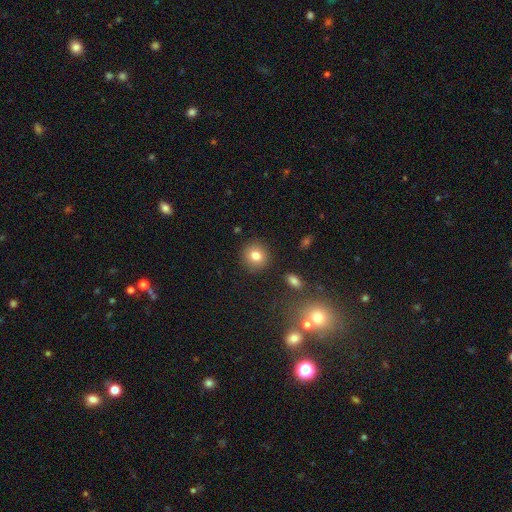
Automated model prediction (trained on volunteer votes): The model was most divided on "smooth or featured": smooth: 80%, star or artifact: 11%, featured or disk: 9%. More confident: how rounded — round (89%); merging — none (89%).